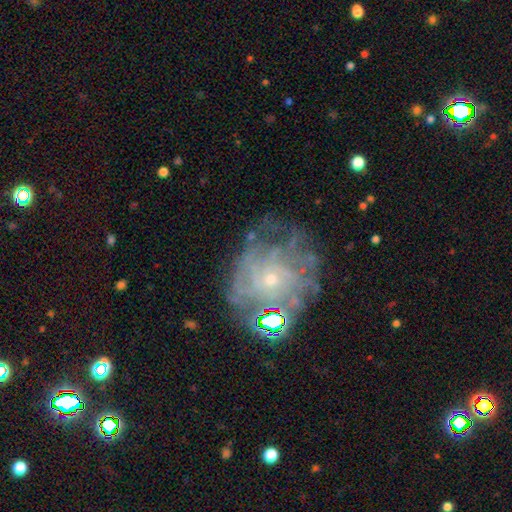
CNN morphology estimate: smooth-or-featured: featured or disk: 72% | smooth: 15% | star or artifact: 13%
  disk-edge-on: no: 97% | yes: 3%
    bar: no: 82% | weak: 15% | strong: 3%
    has-spiral-arms: yes: 76% | no: 24%
      spiral-winding: tight: 60% | medium: 28% | loose: 13%
      spiral-arm-count: can't tell: 52% | more than 4: 15% | 4: 13% | 3: 8% | 2: 7% | 1: 5%
    bulge-size: small: 77% | moderate: 18% | none: 3% | large: 1% | dominant: 1%
  merging: none: 58% | minor disturbance: 21% | major disturbance: 16% | merger: 5%